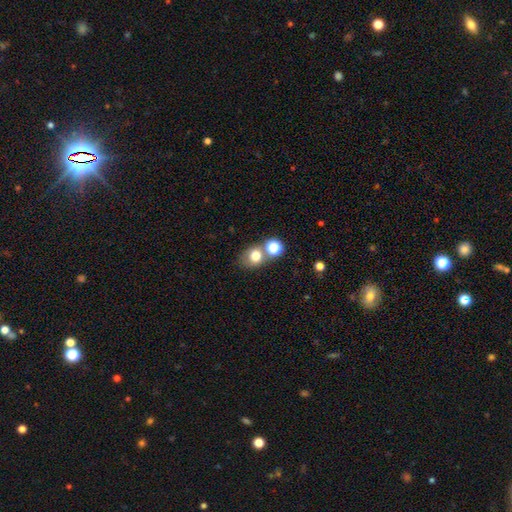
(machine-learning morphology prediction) The model was most divided on "merging": none: 53%, merger: 31%, minor disturbance: 11%, major disturbance: 5%. More confident: smooth or featured — smooth (73%); how rounded — round (61%).